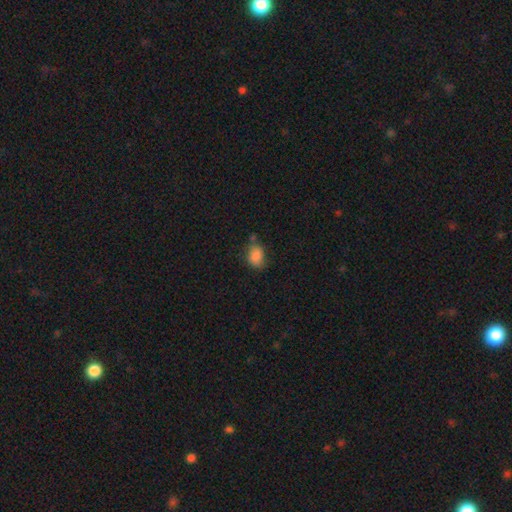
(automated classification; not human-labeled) Smooth or featured? smooth (85%)
How rounded? in between (70%)
Merging? none (60%)